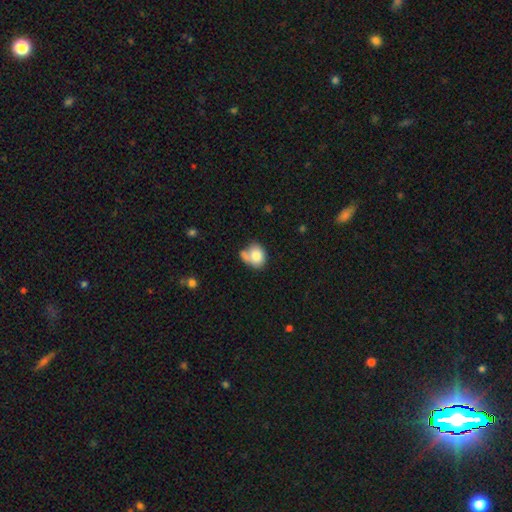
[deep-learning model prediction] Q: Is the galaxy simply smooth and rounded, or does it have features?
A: smooth — 78%.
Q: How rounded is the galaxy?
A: round — 64%.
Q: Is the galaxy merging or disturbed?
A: none — 40%.